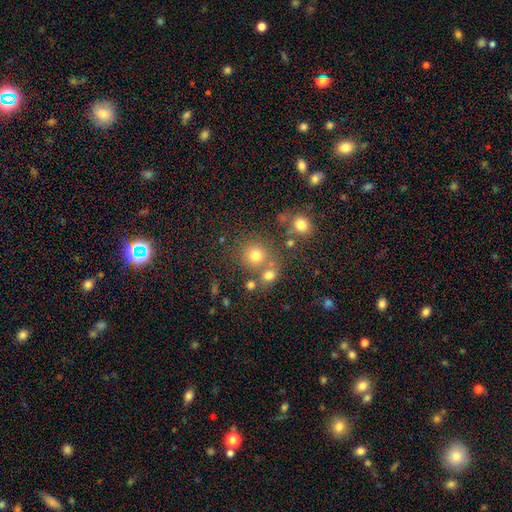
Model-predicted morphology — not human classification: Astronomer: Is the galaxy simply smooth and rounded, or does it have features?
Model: smooth — 73%.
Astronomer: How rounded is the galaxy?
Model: round — 88%.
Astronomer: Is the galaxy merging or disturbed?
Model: none — 65%.